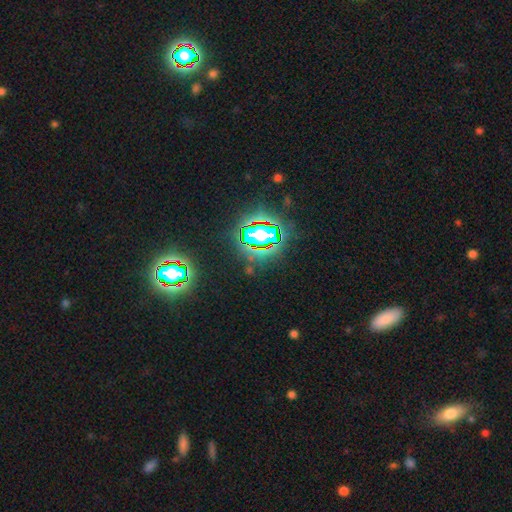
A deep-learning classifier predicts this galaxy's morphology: Smooth or featured? star or artifact (81%)